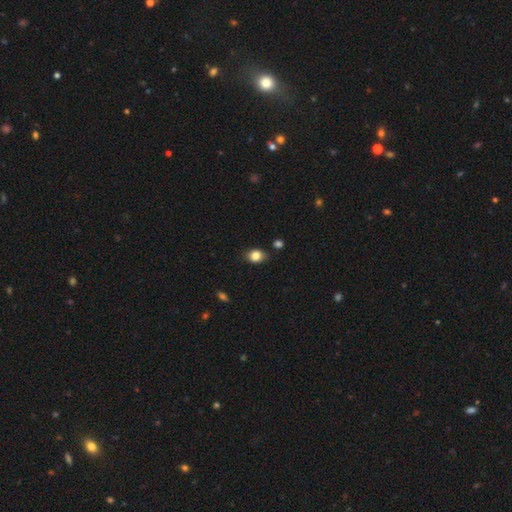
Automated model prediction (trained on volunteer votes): This is clearly a smooth galaxy (83%). How rounded: possibly in between (56%). Merging: clearly none (82%).